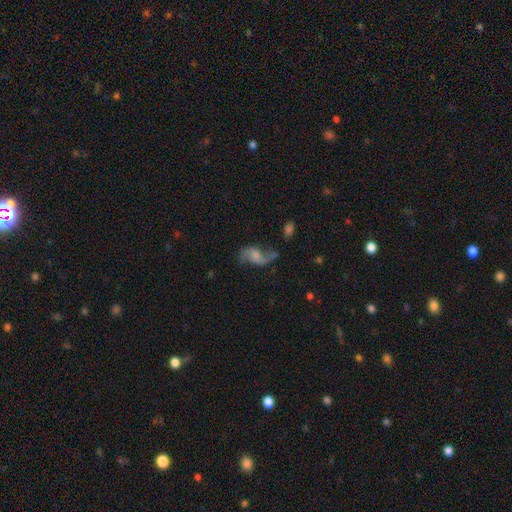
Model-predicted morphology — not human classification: featured or disk 78%, smooth 14%, star or artifact 8%. Down the decision tree: edge-on disk — no (97%); bar — no (54%); spiral arms — yes (93%); spiral arm count — 2 (90%); spiral winding — loose (79%); bulge size — none (31%); merging — none (59%).